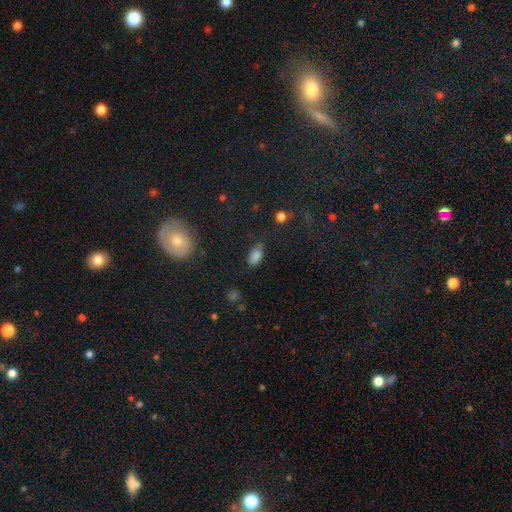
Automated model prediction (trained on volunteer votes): Q: Smooth or featured?
A: smooth (80%); runner-up: star or artifact (13%)
Q: How rounded?
A: in between (90%); runner-up: round (7%)
Q: Merging?
A: none (68%); runner-up: minor disturbance (22%)